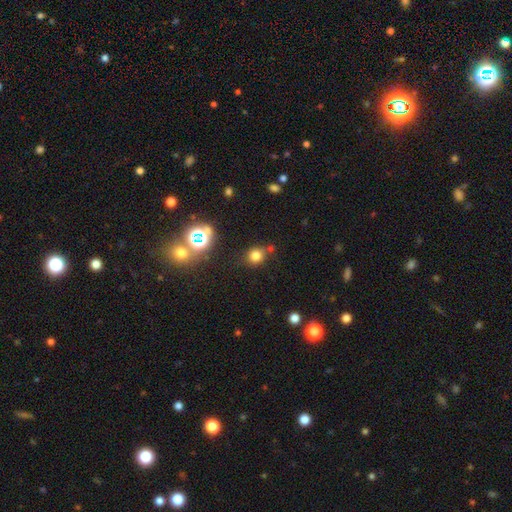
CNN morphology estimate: Smooth or featured?
  - smooth: 73% *
  - star or artifact: 20%
  - featured or disk: 7%
How rounded?
  - round: 83% *
  - in between: 16%
  - cigar-shaped: 1%
Merging?
  - none: 72% *
  - minor disturbance: 14%
  - merger: 10%
  - major disturbance: 5%